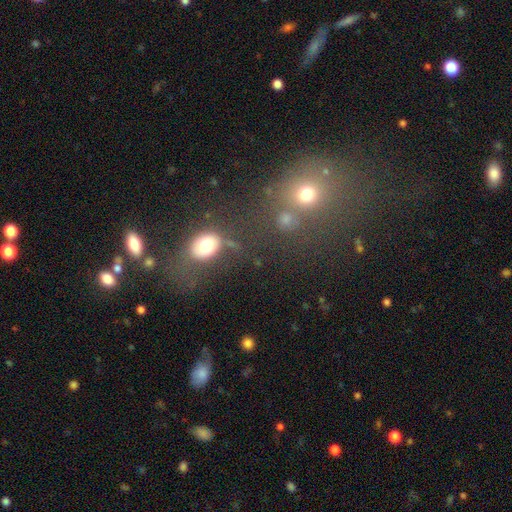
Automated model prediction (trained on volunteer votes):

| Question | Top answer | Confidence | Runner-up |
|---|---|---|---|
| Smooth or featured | smooth | 50% | star or artifact (37%) |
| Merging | merger | 42% | tied: none (42%) |